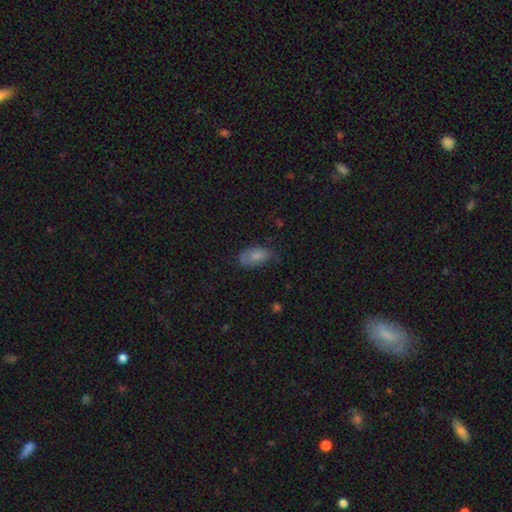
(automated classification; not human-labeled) A smooth galaxy with no disk features (79%) that is in between round and cigar-shaped (92%).

Vote fractions:
- Smooth or featured? smooth: 79% / featured or disk: 12% / star or artifact: 9%
- How rounded? in between: 92% / round: 5% / cigar-shaped: 3%
- Merging? none: 54% / minor disturbance: 32% / major disturbance: 12% / merger: 2%